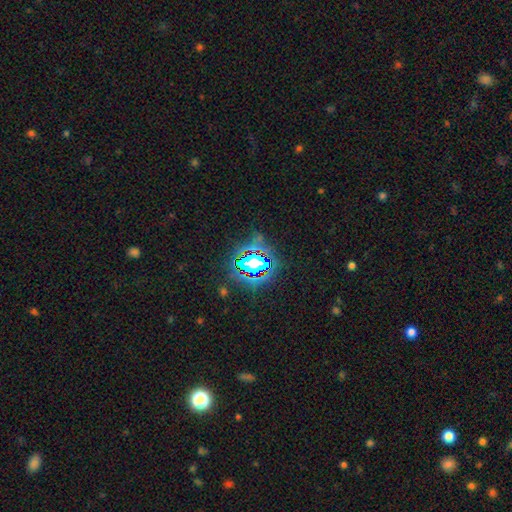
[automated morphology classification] This is clearly a star or artifact rather than a galaxy (81%).